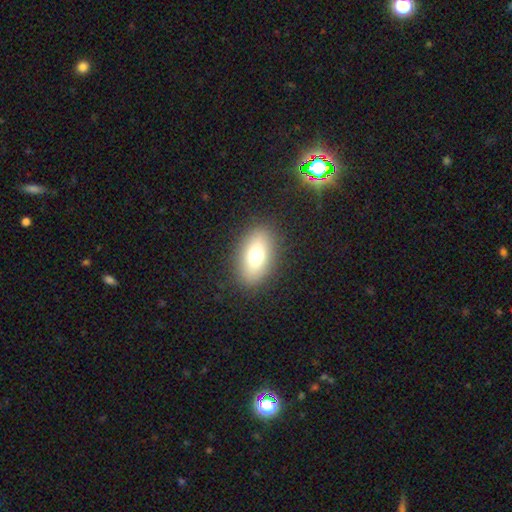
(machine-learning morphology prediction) smooth_or_featured: smooth (p=0.74) [alt: featured or disk p=0.17]
how_rounded: in between (p=0.87) [alt: round p=0.07]
merging: none (p=0.87) [alt: minor disturbance p=0.09]